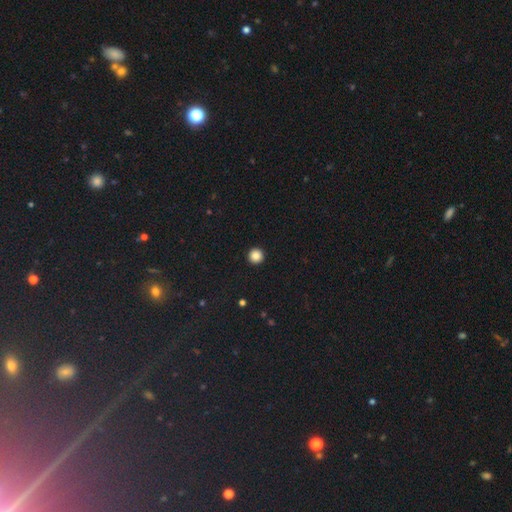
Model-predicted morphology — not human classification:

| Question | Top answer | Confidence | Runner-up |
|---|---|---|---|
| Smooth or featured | smooth | 86% | star or artifact (10%) |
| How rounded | round | 97% | in between (2%) |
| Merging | none | 94% | minor disturbance (4%) |